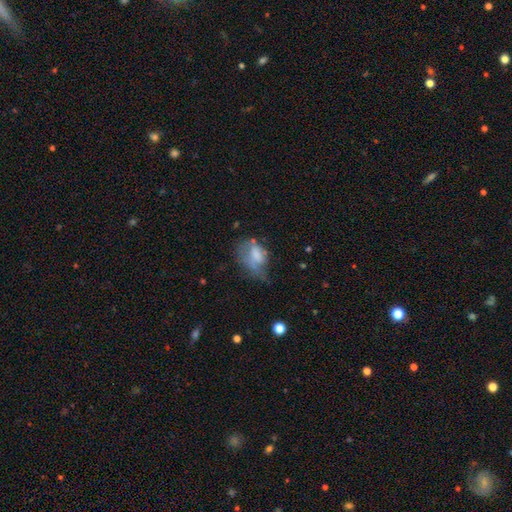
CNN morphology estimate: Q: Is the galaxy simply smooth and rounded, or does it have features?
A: smooth — 57%.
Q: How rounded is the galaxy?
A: in between — 80%.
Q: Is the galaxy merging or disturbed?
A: major disturbance — 42%.